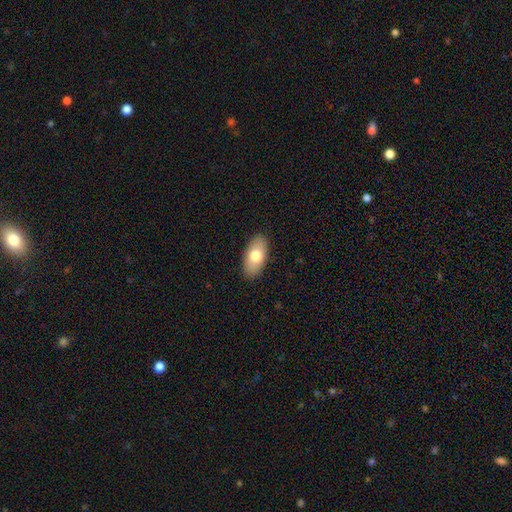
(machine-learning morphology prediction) This appears to be a smooth galaxy with no disk features (75%) that is in between round and cigar-shaped (93%). Merging: none (89%).